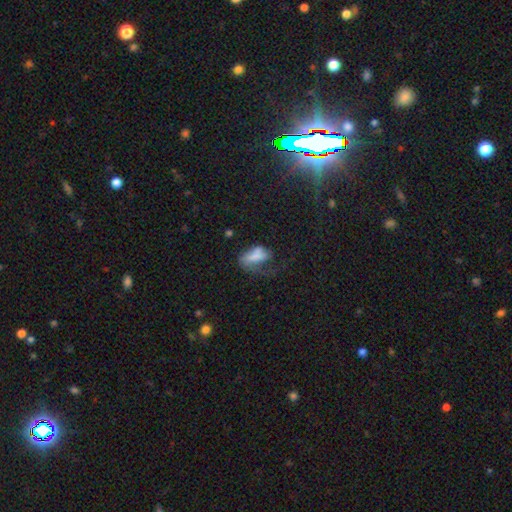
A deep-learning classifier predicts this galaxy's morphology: Smooth or featured? smooth (60%)
How rounded? in between (89%)
Merging? major disturbance (54%)